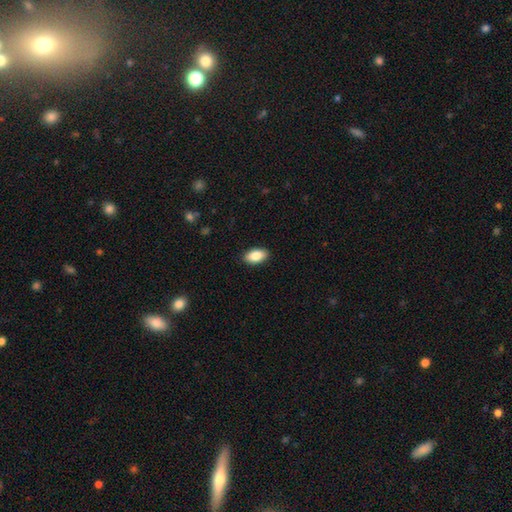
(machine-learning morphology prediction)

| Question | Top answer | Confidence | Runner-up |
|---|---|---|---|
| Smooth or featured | smooth | 86% | featured or disk (8%) |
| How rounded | in between | 93% | round (4%) |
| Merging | none | 90% | minor disturbance (8%) |